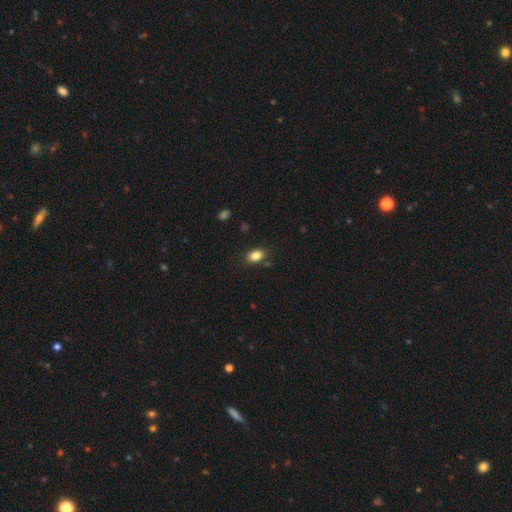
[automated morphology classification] A smooth galaxy with no disk features (85%) that is in between round and cigar-shaped (83%). Merging: none (82%).